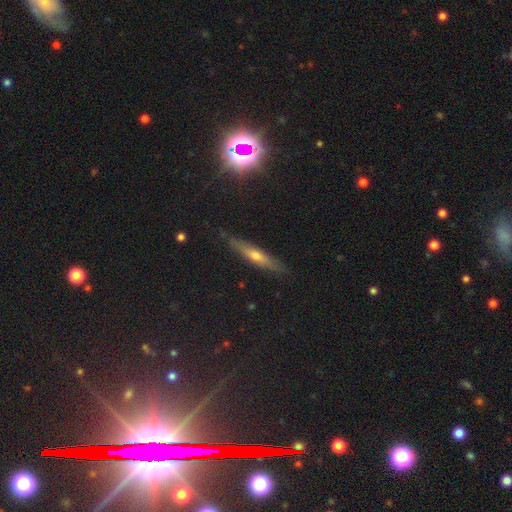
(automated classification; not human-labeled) smooth_or_featured: featured or disk (p=0.50) [alt: smooth p=0.41]
merging: none (p=0.86) [alt: minor disturbance p=0.11]